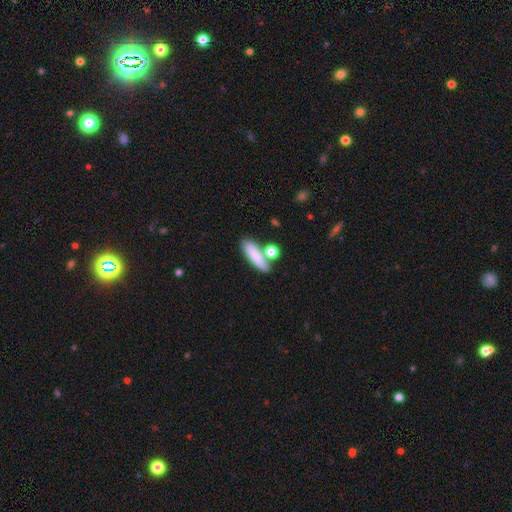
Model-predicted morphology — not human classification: This appears to be a smooth galaxy with no disk features (79%) that is cigar-shaped (52%). Merging: none (60%).